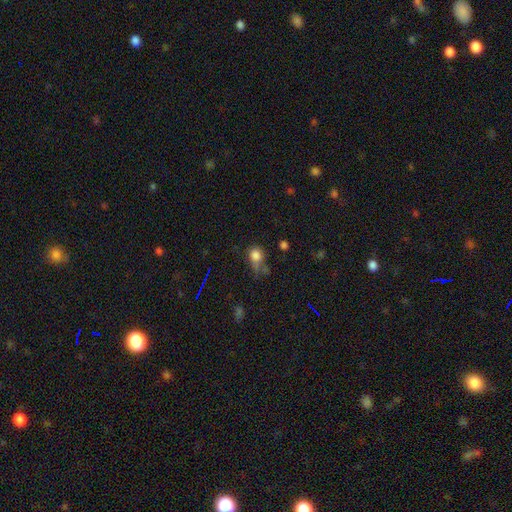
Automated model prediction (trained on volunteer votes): This appears to be a smooth galaxy with no disk features (79%) that is round (62%). Merging: none (41%).